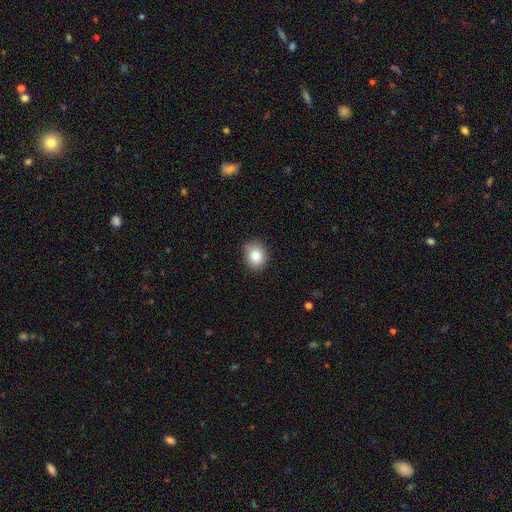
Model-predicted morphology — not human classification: Smooth or featured? Predicted: smooth (p=0.85). How rounded? Predicted: round (p=0.64). Merging? Predicted: none (p=0.80).